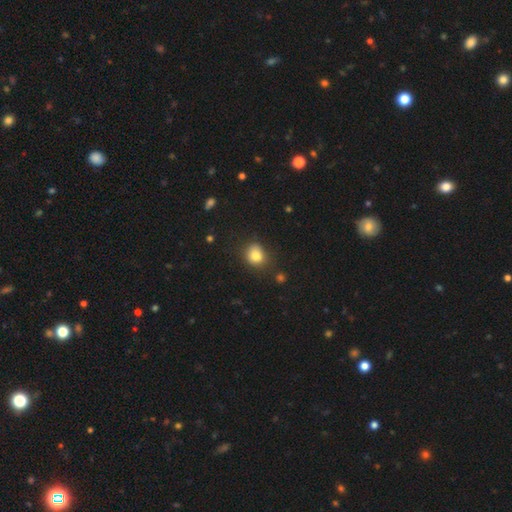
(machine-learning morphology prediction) smooth 82%, star or artifact 11%, featured or disk 7%. Down the decision tree: how rounded — round (69%); merging — none (75%).